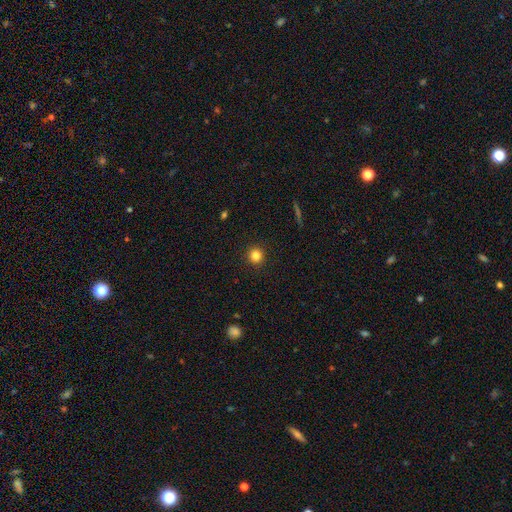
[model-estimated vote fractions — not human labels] The model was most divided on "smooth or featured": smooth: 83%, star or artifact: 12%, featured or disk: 5%. More confident: how rounded — round (94%); merging — none (92%).